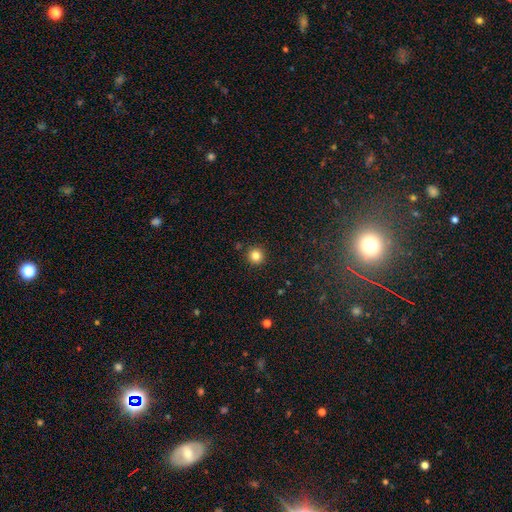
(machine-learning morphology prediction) Smooth or featured: smooth — 83% (star or artifact — 12%)
How rounded: round — 96% (in between — 3%)
Merging: none — 92% (minor disturbance — 5%)